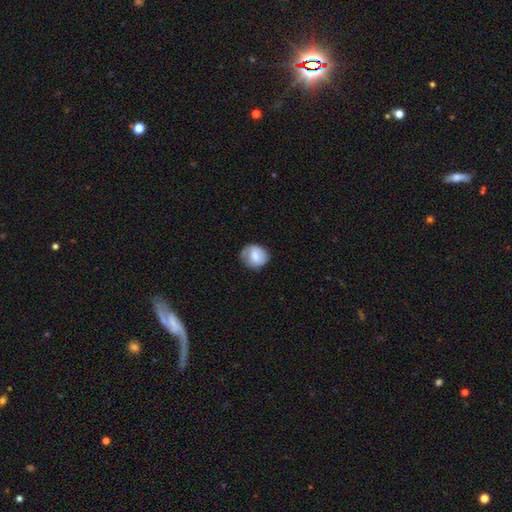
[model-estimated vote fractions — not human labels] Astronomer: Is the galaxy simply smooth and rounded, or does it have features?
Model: smooth — 69%.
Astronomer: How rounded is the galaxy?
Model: round — 74%.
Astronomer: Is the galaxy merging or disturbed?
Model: none — 69%.